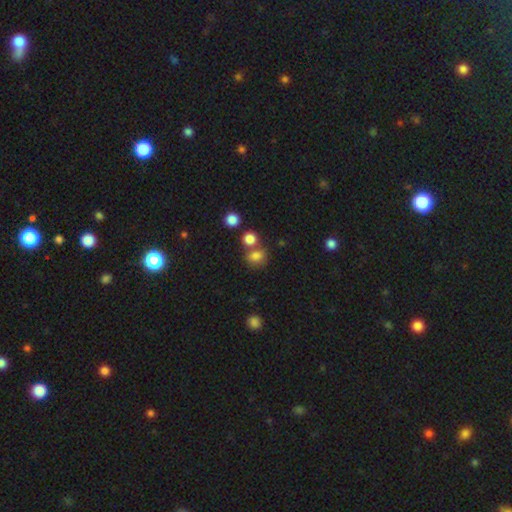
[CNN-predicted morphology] This appears to be a smooth galaxy with no disk features (79%) that is round (61%). Merging: none (56%).